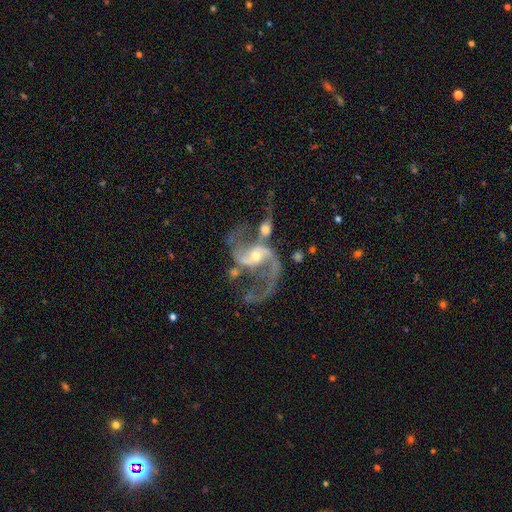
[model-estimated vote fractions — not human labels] A featured or disk galaxy (90%) with no bar (42%), 2 (89%) loose (60%) spiral arms (96%) and a small central bulge (51%).

Vote fractions:
- Smooth or featured? featured or disk: 90% / star or artifact: 6% / smooth: 4%
- Edge-on disk? no: 98% / yes: 2%
- Bar? no: 42% / weak: 37% / strong: 21%
- Spiral arms? yes: 96% / no: 4%
- Spiral winding? loose: 60% / medium: 34% / tight: 6%
- Spiral arm count? 2: 89% / 1: 4% / can't tell: 2% / 3: 2% / 4: 1% / more than 4: 1%
- Bulge size? small: 51% / moderate: 43% / large: 3% / none: 2% / dominant: 1%
- Merging? merger: 35% / none: 32% / major disturbance: 21% / minor disturbance: 13%